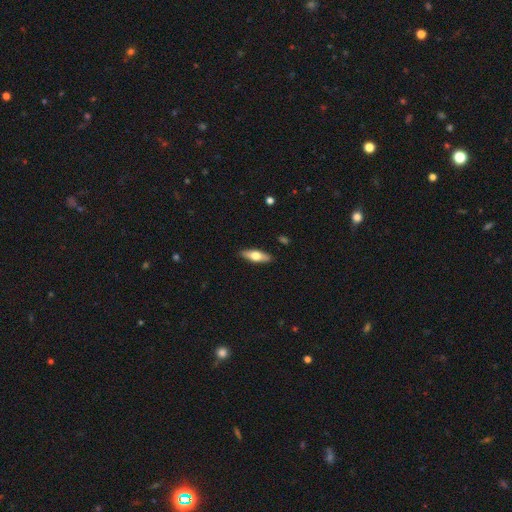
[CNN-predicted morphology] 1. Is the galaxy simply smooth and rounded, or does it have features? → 58% smooth, 37% featured or disk, 6% star or artifact.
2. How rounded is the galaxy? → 57% in between, 40% cigar-shaped, 3% round.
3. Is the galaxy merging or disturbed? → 89% none, 8% minor disturbance, 2% major disturbance, 1% merger.